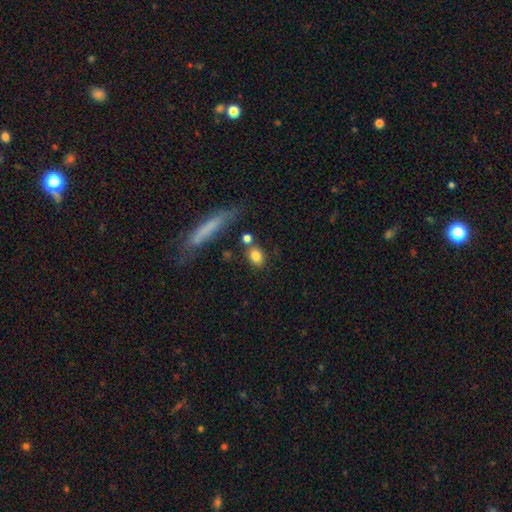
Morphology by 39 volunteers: Smooth or featured? 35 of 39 (90%) said smooth. How rounded? 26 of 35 (74%) said in between. Merging? 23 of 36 (64%) said none.